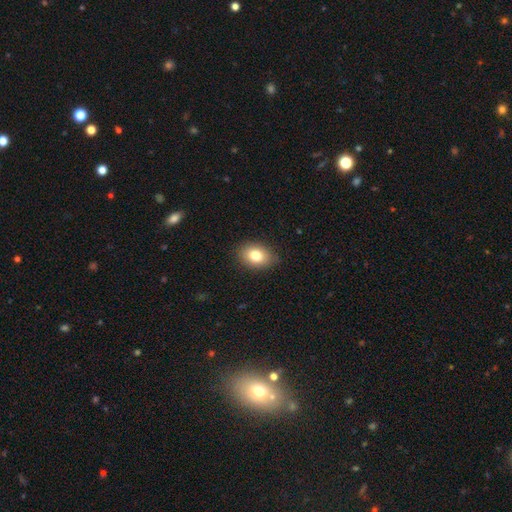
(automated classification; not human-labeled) This is clearly a smooth galaxy (80%). How rounded: likely in between (78%). Merging: clearly none (86%).